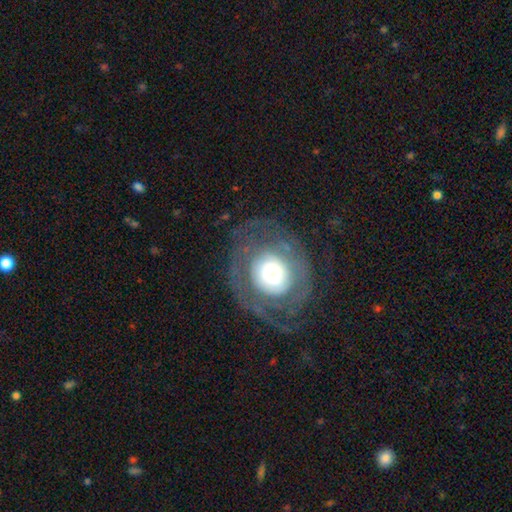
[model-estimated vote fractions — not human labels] The model was most divided on "bulge size": large: 47%, moderate: 39%, dominant: 8%, small: 6%, none: 1%. More confident: edge-on disk — no (95%); bar — no (82%); merging — none (77%); smooth or featured — featured or disk (66%); spiral arms — yes (62%).